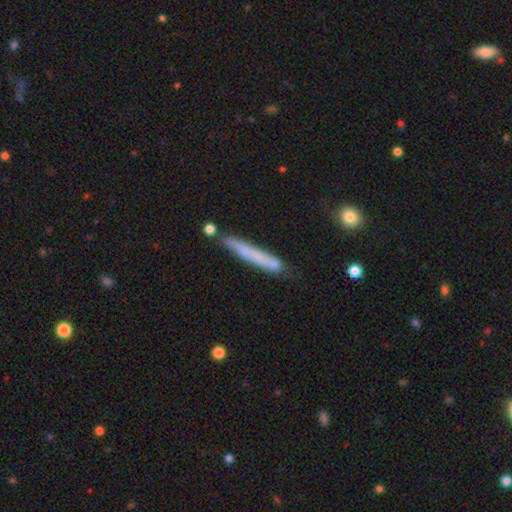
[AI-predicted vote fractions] Overall: smooth (56%; featured or disk 36%). How rounded: cigar-shaped (95%). Merging: none (77%).